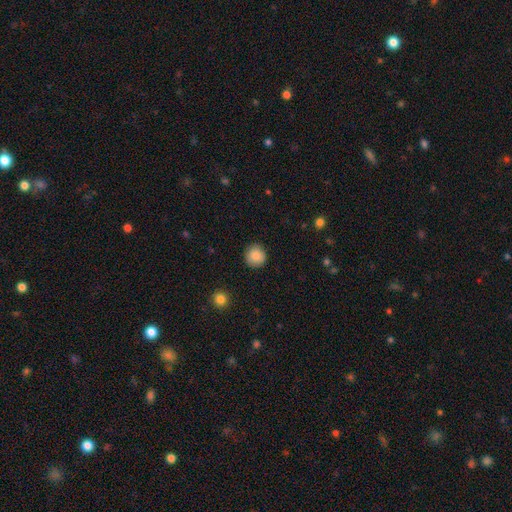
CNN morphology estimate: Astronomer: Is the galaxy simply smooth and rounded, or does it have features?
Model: smooth — 87%.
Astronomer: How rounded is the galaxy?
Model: round — 93%.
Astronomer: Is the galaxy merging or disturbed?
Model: none — 90%.